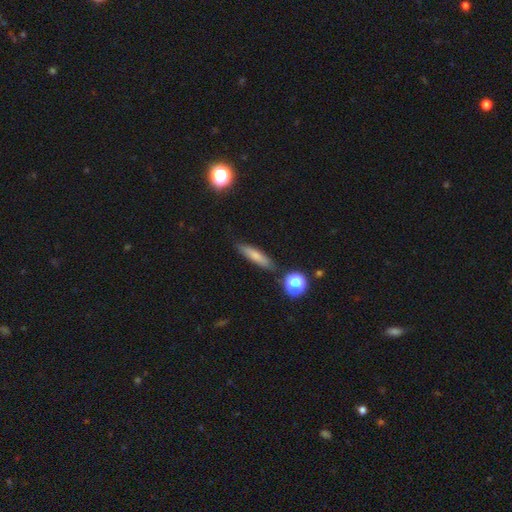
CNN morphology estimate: Smooth or featured? smooth (72%)
How rounded? cigar-shaped (76%)
Merging? none (82%)